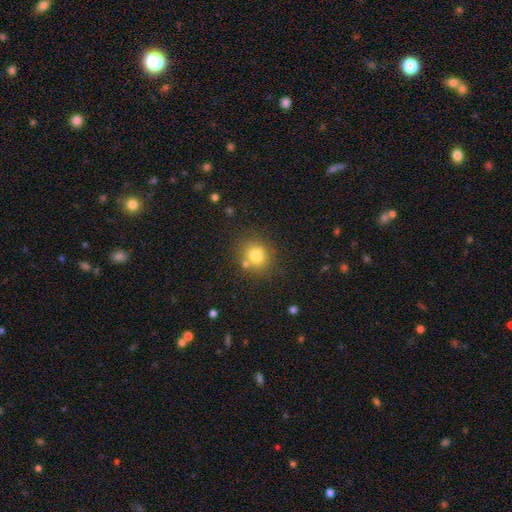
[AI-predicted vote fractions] Smooth or featured? Predicted: smooth (p=0.75). How rounded? Predicted: round (p=0.82). Merging? Predicted: none (p=0.71).